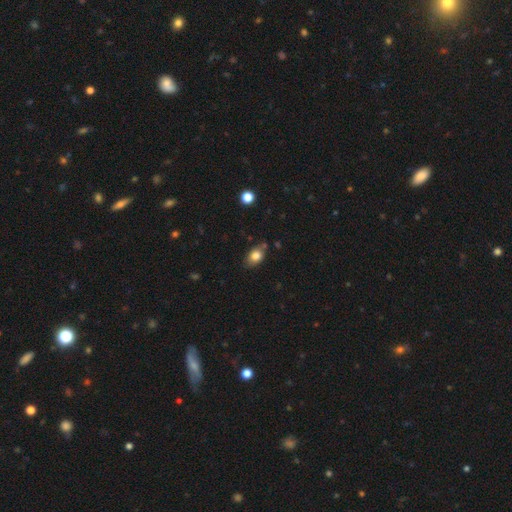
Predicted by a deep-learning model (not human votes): smooth-or-featured: smooth: 81% | featured or disk: 10% | star or artifact: 9%
  how-rounded: in between: 77% | round: 20% | cigar-shaped: 2%
  merging: none: 71% | minor disturbance: 20% | merger: 5% | major disturbance: 4%